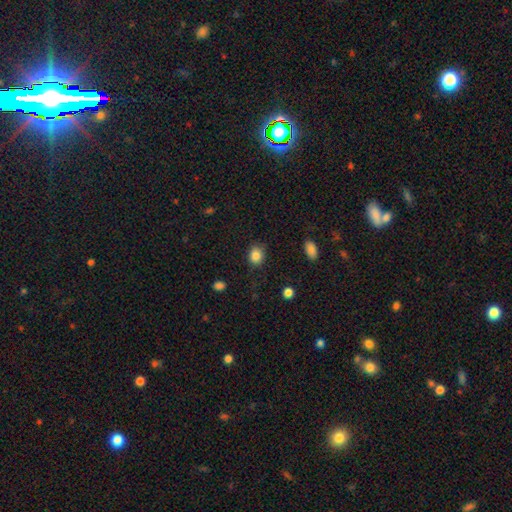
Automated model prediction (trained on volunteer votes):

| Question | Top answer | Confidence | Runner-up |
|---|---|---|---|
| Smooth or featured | smooth | 85% | star or artifact (10%) |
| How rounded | round | 59% | in between (40%) |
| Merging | none | 81% | minor disturbance (14%) |